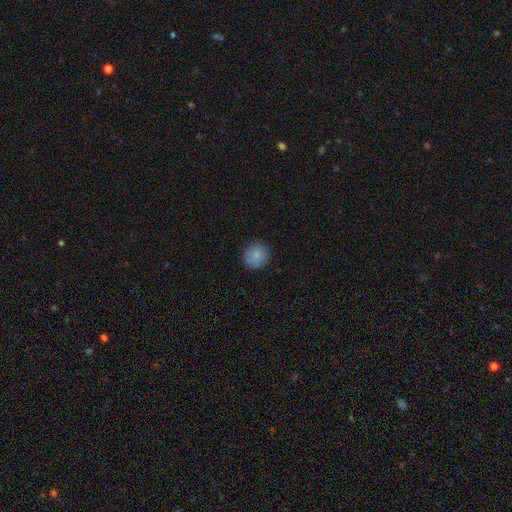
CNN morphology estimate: Overall: smooth (84%). How rounded: round (90%). Merging: none (85%).